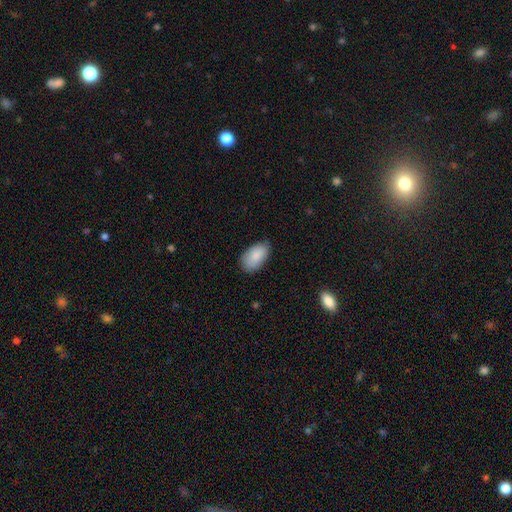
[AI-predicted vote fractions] smooth 86%, featured or disk 8%, star or artifact 6%. Down the decision tree: how rounded — in between (94%); merging — none (76%).